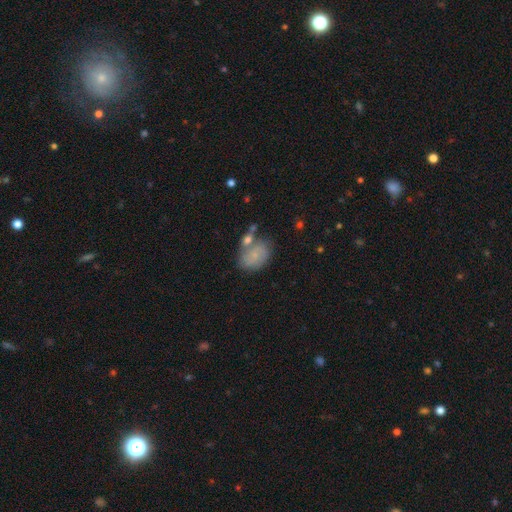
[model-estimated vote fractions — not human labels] smooth 62%, featured or disk 29%, star or artifact 9%. Down the decision tree: how rounded — in between (74%); merging — none (46%).